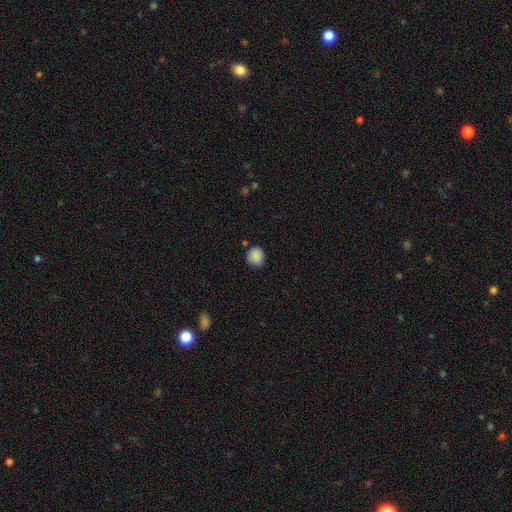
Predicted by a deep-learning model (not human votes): This appears to be a smooth galaxy with no disk features (88%) that is round (84%). Merging: none (83%).